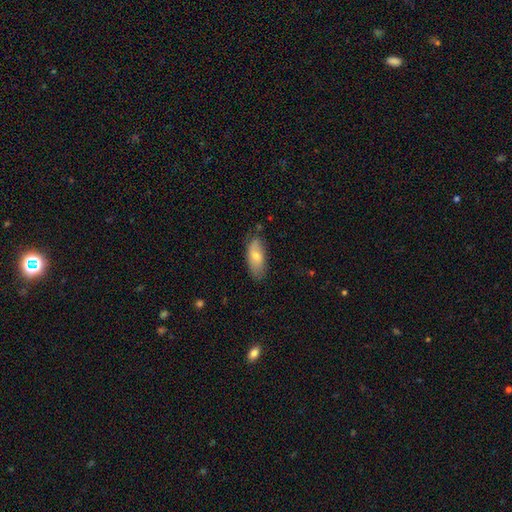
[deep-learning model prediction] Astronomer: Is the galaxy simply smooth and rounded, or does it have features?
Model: smooth — 65%.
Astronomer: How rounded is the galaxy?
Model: in between — 80%.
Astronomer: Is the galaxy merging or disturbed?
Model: none — 74%.